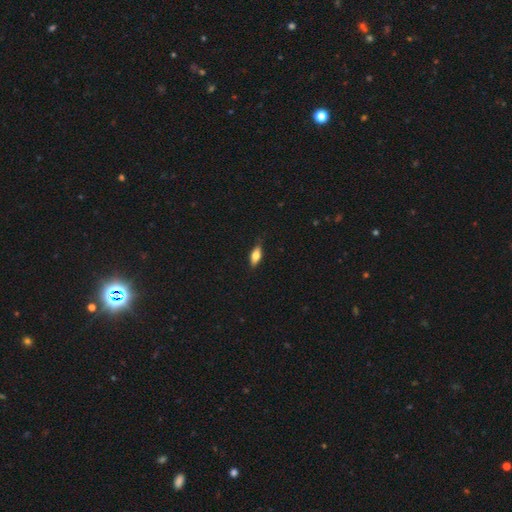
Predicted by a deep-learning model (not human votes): smooth-or-featured: smooth: 68% | featured or disk: 25% | star or artifact: 7%
  how-rounded: in between: 75% | cigar-shaped: 22% | round: 3%
  merging: none: 82% | minor disturbance: 14% | major disturbance: 2% | merger: 1%